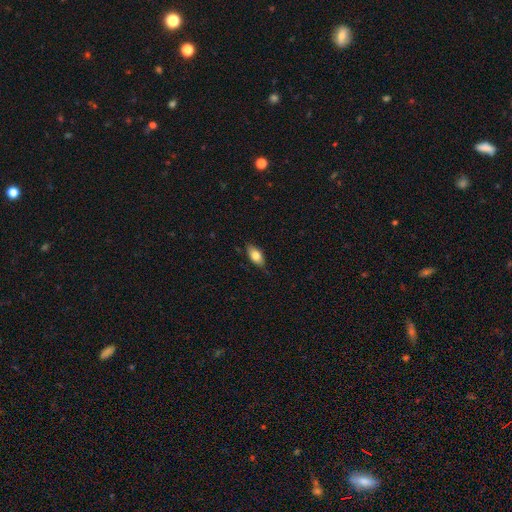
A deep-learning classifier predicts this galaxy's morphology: The model was most divided on "smooth or featured": smooth: 75%, featured or disk: 19%, star or artifact: 7%. More confident: how rounded — in between (88%); merging — none (82%).